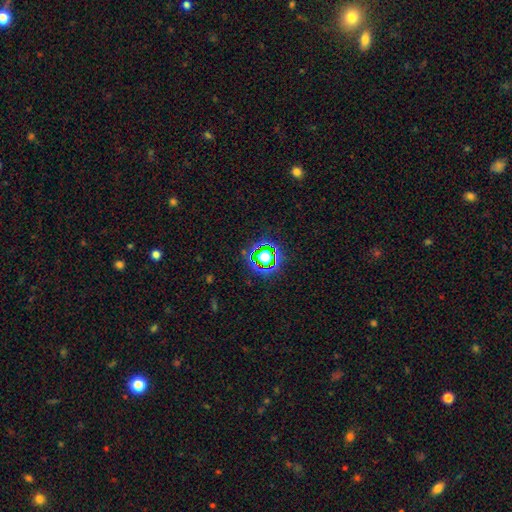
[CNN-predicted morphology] star or artifact 70%, smooth 20%, featured or disk 10%.